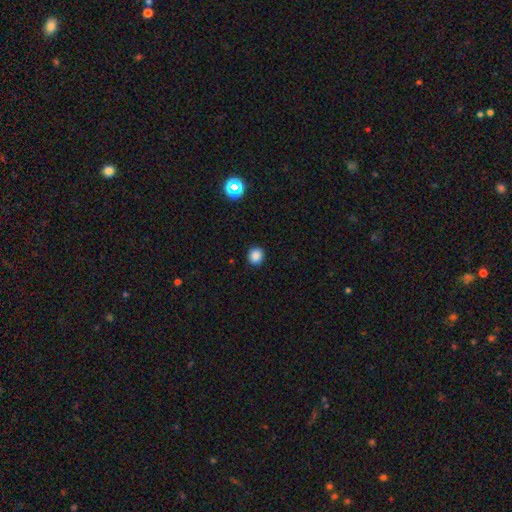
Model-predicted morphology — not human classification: Q: Smooth or featured?
A: smooth (85%); runner-up: star or artifact (12%)
Q: How rounded?
A: round (84%); runner-up: in between (15%)
Q: Merging?
A: none (91%); runner-up: minor disturbance (6%)